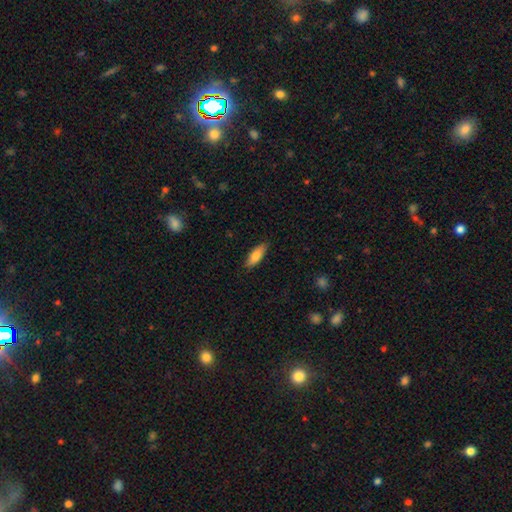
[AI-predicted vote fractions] Overall: smooth (81%). How rounded: in between (62%; cigar-shaped 36%). Merging: none (86%).